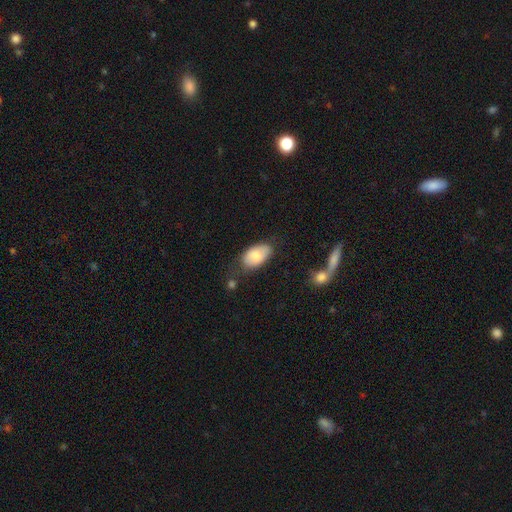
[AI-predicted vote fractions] smooth_or_featured: smooth (p=0.76) [alt: featured or disk p=0.17]
how_rounded: in between (p=0.93) [alt: round p=0.05]
merging: none (p=0.67) [alt: minor disturbance p=0.23]